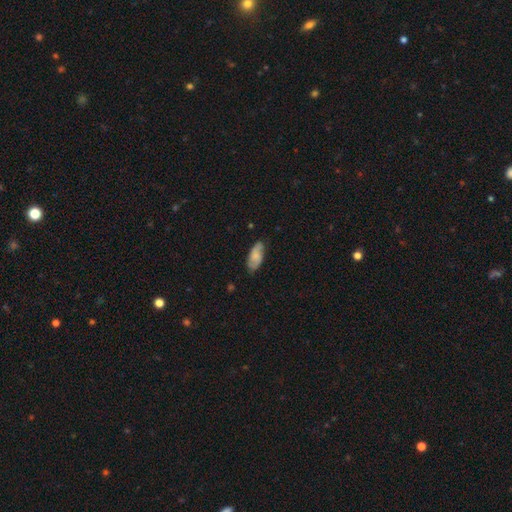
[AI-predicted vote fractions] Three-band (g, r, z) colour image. It shows a smooth galaxy with no disk features (60%) that is in between round and cigar-shaped (87%). Merging: none (75%).